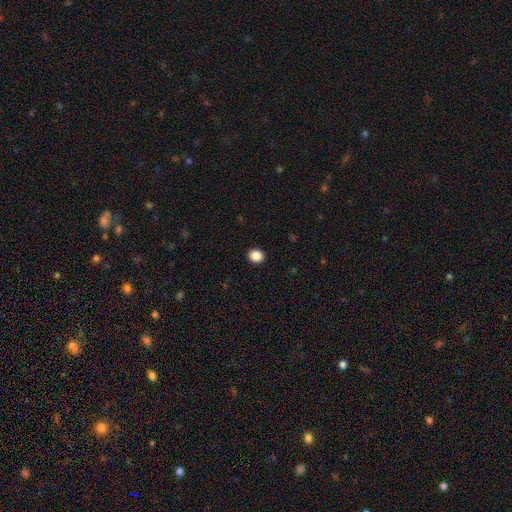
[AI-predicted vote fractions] Smooth or featured? Predicted: smooth (p=0.87). How rounded? Predicted: round (p=0.78). Merging? Predicted: none (p=0.93).